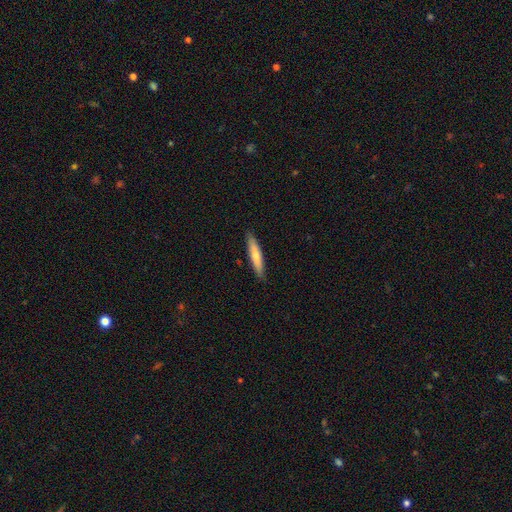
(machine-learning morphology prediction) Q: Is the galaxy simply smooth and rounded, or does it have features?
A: smooth — 66%.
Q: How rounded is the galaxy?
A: cigar-shaped — 88%.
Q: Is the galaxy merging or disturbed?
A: none — 89%.